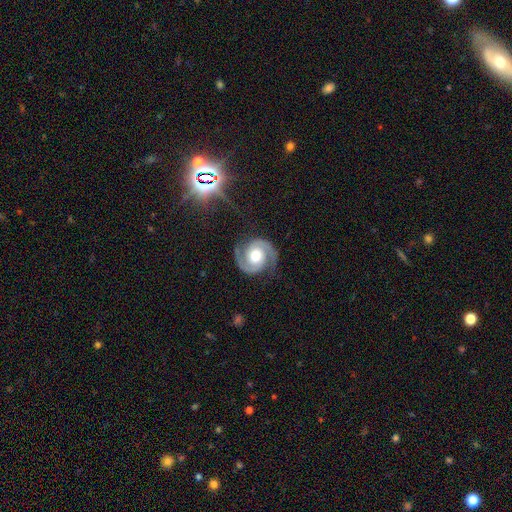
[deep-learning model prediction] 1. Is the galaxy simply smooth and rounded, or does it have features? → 92% featured or disk, 4% smooth, 4% star or artifact.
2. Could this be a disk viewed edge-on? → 98% no, 2% yes.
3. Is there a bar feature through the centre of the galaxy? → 67% no, 24% weak, 9% strong.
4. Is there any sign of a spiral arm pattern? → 98% yes, 2% no.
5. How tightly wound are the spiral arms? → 46% tight (tied), 46% medium (tied), 8% loose.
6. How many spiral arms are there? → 94% 2, 1% can't tell, 1% 1, 1% 3, 1% 4, 1% more than 4.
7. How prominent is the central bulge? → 68% moderate, 22% large, 7% small, 2% dominant, 1% none.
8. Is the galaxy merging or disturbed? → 83% none, 12% minor disturbance, 4% major disturbance, 1% merger.